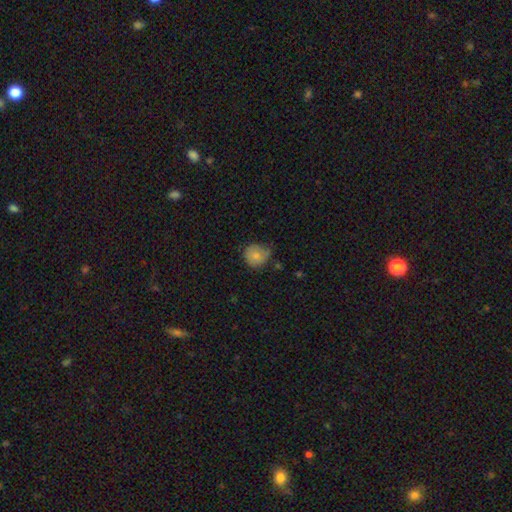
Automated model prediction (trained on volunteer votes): smooth 78%, featured or disk 14%, star or artifact 8%. Down the decision tree: how rounded — round (84%); merging — none (55%).